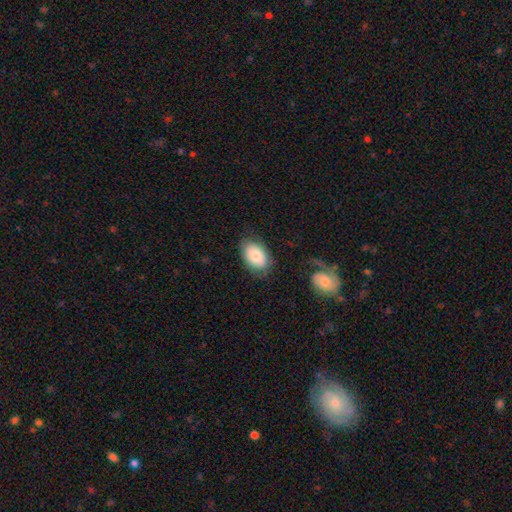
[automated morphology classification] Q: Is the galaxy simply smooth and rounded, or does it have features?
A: smooth — 79%.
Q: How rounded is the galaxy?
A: in between — 88%.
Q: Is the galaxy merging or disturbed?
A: none — 76%.